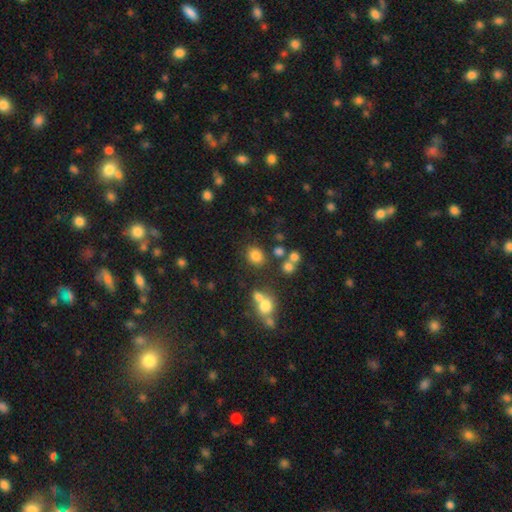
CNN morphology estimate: Q: Smooth or featured?
A: smooth (79%); runner-up: star or artifact (14%)
Q: How rounded?
A: round (62%); runner-up: in between (37%)
Q: Merging?
A: none (78%); runner-up: minor disturbance (10%)